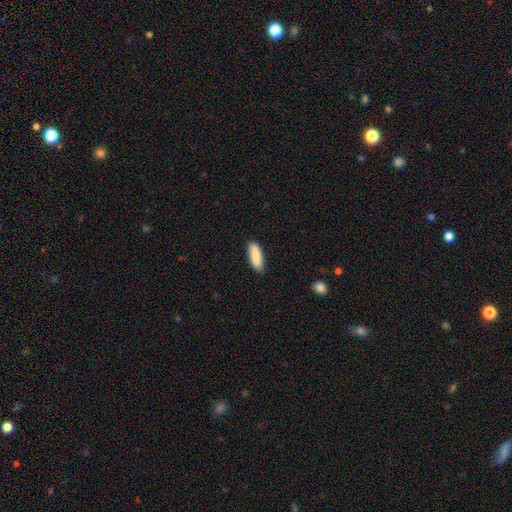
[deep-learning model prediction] Overall: smooth (84%). How rounded: in between (52%; cigar-shaped 47%). Merging: none (84%).